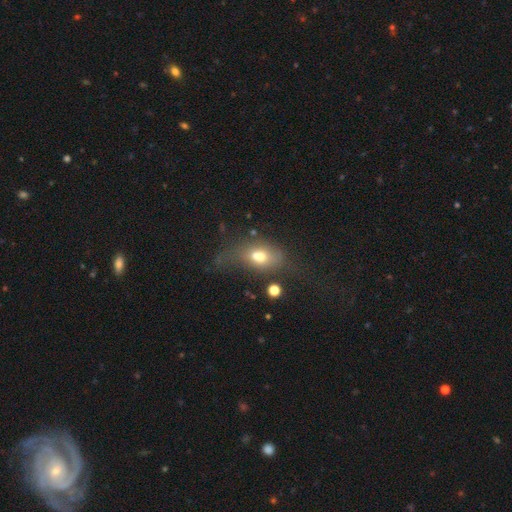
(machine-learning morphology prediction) smooth 61%, featured or disk 23%, star or artifact 17%. Down the decision tree: how rounded — in between (69%); merging — none (37%).